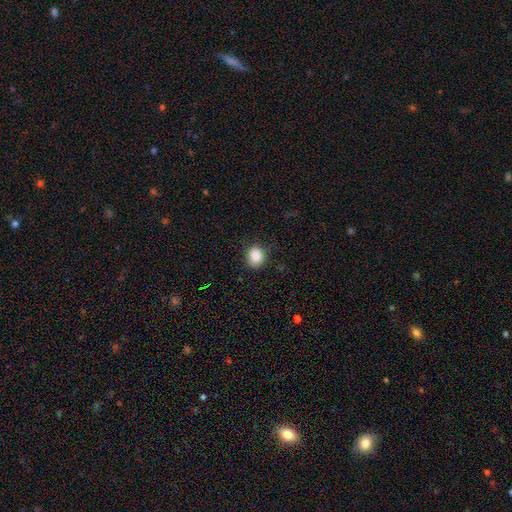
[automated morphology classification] The model was most divided on "how rounded": round: 73%, in between: 26%, cigar-shaped: 1%. More confident: smooth or featured — smooth (84%); merging — none (80%).